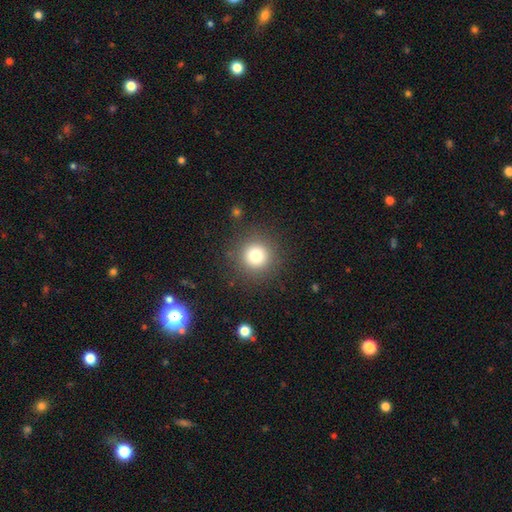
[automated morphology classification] Overall: smooth (77%). How rounded: round (95%). Merging: none (88%).